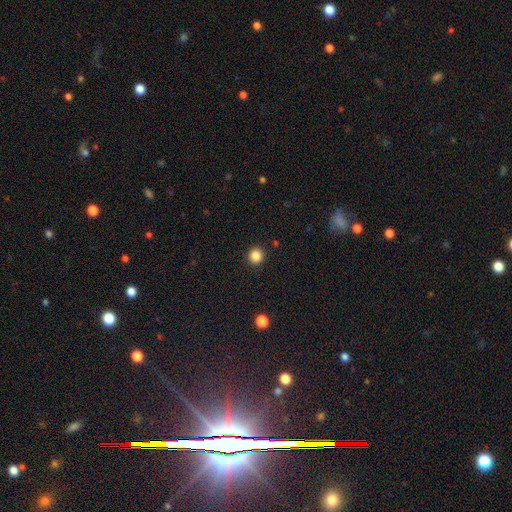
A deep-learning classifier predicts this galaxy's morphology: A smooth galaxy with no disk features (85%) that is round (93%).

Vote fractions:
- Smooth or featured? smooth: 85% / star or artifact: 11% / featured or disk: 4%
- How rounded? round: 93% / in between: 6% / cigar-shaped: 1%
- Merging? none: 93% / minor disturbance: 5% / major disturbance: 2% / merger: 1%